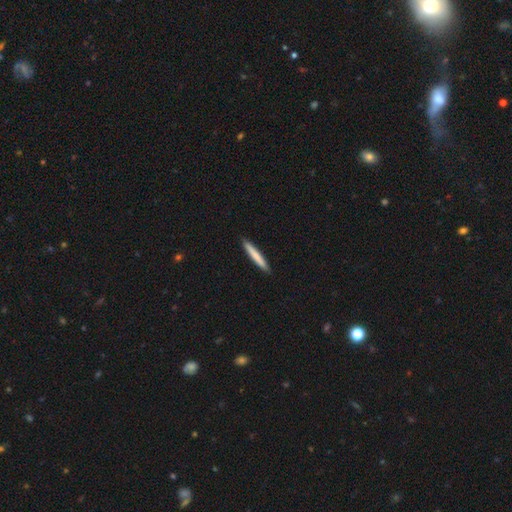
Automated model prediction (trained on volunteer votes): This appears to be a smooth galaxy with no disk features (76%) that is cigar-shaped (96%). Merging: none (92%).